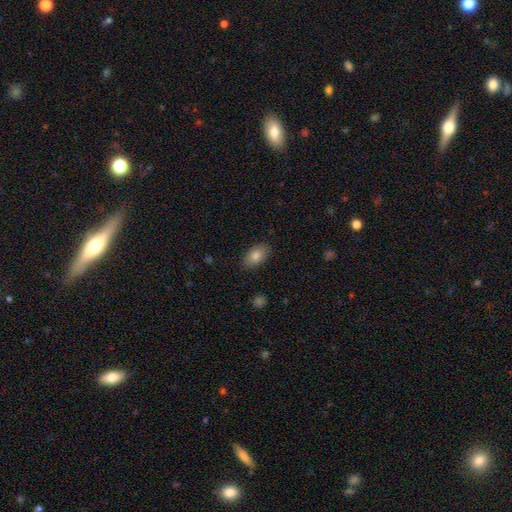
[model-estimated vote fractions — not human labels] Morphology: type=smooth (82%); roundness=in between (91%); merging=none (87%).